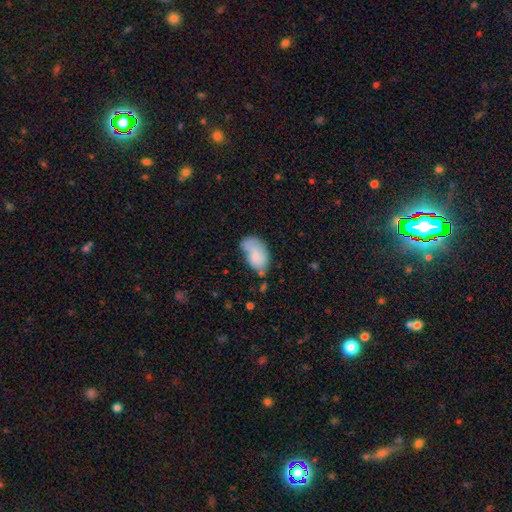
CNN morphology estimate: A smooth galaxy with no disk features (69%) that is in between round and cigar-shaped (92%).

Vote fractions:
- Smooth or featured? smooth: 69% / featured or disk: 24% / star or artifact: 8%
- How rounded? in between: 92% / round: 7% / cigar-shaped: 2%
- Merging? none: 40% / minor disturbance: 37% / major disturbance: 15% / merger: 9%